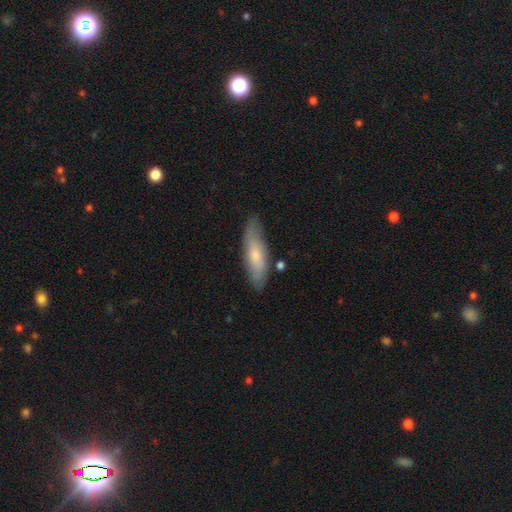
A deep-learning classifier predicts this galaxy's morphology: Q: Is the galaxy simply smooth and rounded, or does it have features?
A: smooth — 63%.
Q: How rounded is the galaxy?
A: cigar-shaped — 54%.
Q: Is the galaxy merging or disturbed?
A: none — 79%.